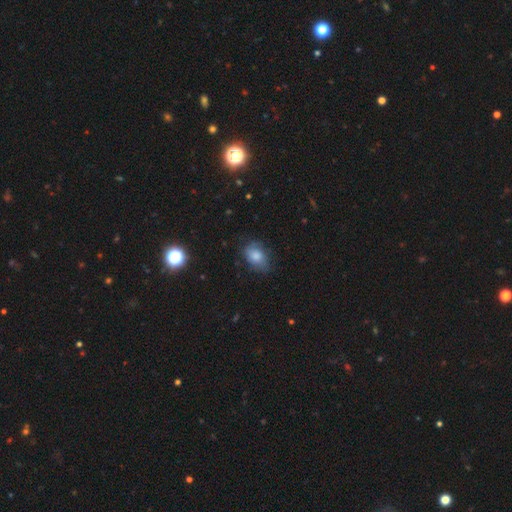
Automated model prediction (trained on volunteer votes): Overall: smooth (74%). How rounded: in between (77%). Merging: none (61%; minor disturbance 28%).